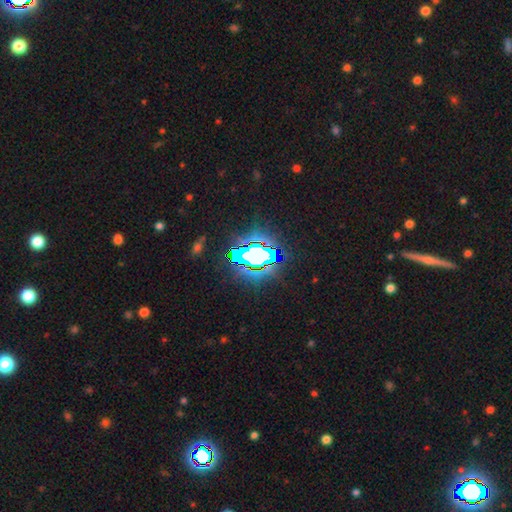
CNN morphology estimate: Q: Smooth or featured?
A: star or artifact (66%); runner-up: smooth (18%)